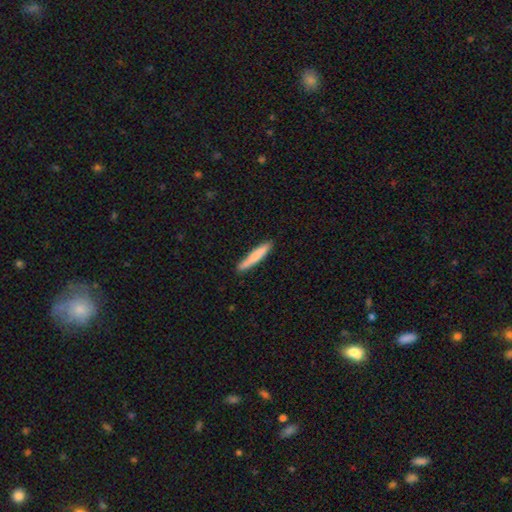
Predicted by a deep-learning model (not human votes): Smooth or featured?
  - smooth: 77% *
  - featured or disk: 18%
  - star or artifact: 5%
How rounded?
  - cigar-shaped: 93% *
  - in between: 6%
  - round: 1%
Merging?
  - none: 87% *
  - minor disturbance: 10%
  - major disturbance: 2%
  - merger: 1%